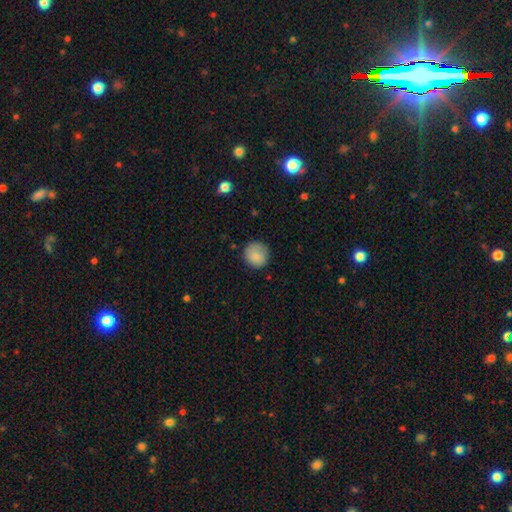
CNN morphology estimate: smooth-or-featured: smooth: 84% | featured or disk: 9% | star or artifact: 7%
  how-rounded: round: 91% | in between: 8% | cigar-shaped: 1%
  merging: none: 79% | minor disturbance: 16% | major disturbance: 4% | merger: 1%